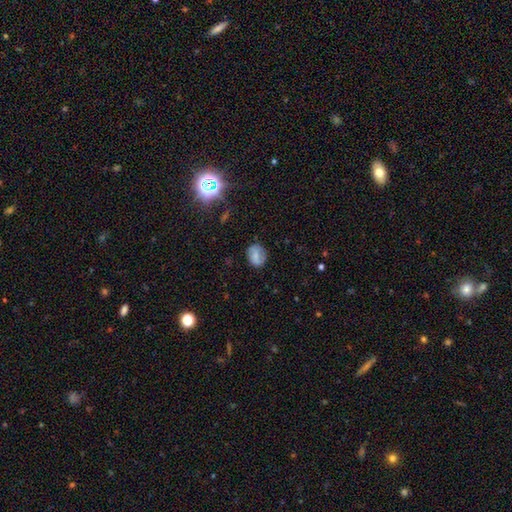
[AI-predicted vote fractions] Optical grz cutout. It shows a smooth galaxy with no disk features (58%) that is in between round and cigar-shaped (52%). Merging: none (75%).